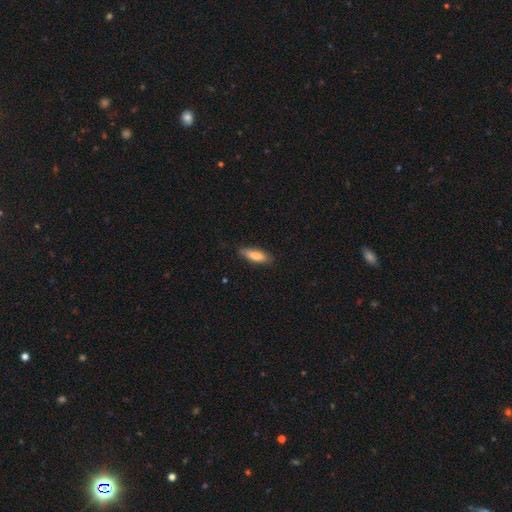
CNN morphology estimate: A smooth galaxy with no disk features (81%) that is cigar-shaped (51%).

Vote fractions:
- Smooth or featured? smooth: 81% / featured or disk: 13% / star or artifact: 6%
- How rounded? cigar-shaped: 51% / in between: 47% / round: 2%
- Merging? none: 82% / minor disturbance: 14% / major disturbance: 2% / merger: 1%